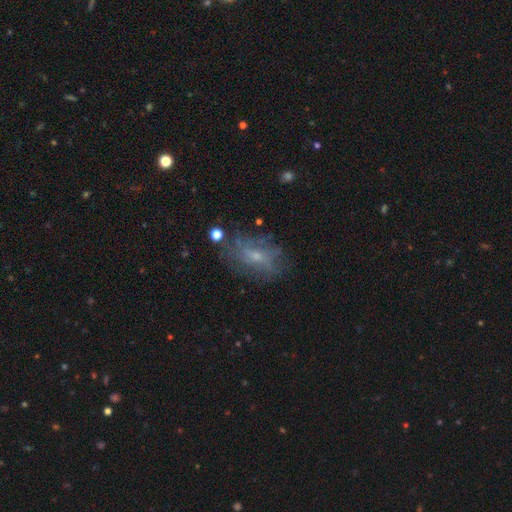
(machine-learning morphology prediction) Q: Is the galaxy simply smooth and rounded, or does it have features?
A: featured or disk — 56%.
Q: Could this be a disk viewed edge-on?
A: no — 93%.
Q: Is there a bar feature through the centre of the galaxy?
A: no — 65%.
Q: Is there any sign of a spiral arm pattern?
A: yes — 57%.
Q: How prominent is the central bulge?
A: small — 61%.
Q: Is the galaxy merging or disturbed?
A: none — 63%.